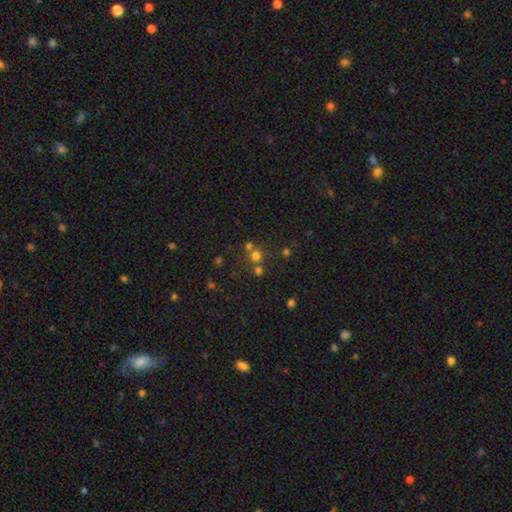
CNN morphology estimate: This is likely a smooth galaxy (65%). How rounded: clearly round (91%). Merging: likely none (63%).